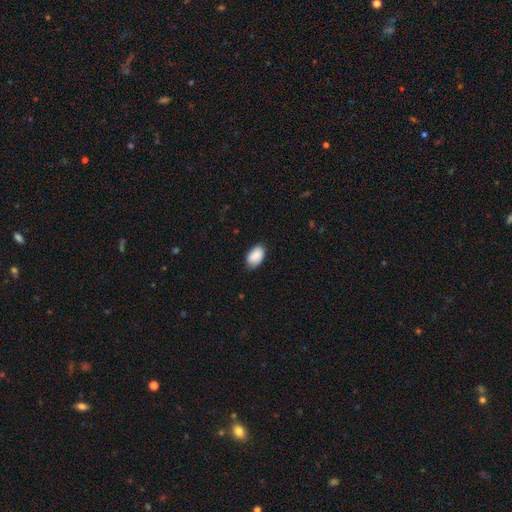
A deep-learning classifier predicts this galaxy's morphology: This appears to be a smooth galaxy with no disk features (89%) that is in between round and cigar-shaped (92%). Merging: none (82%).